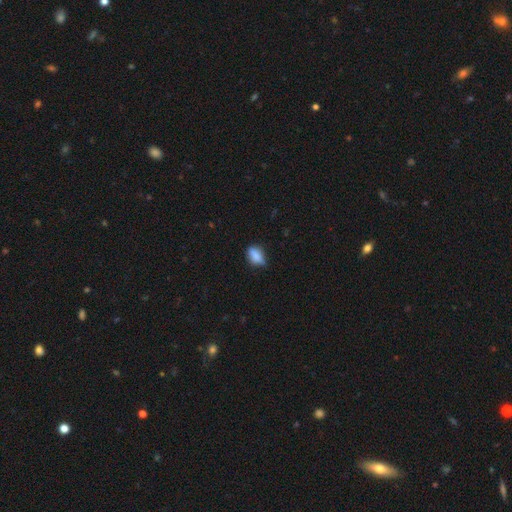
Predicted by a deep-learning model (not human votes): Q: Smooth or featured?
A: smooth (78%); runner-up: featured or disk (14%)
Q: How rounded?
A: in between (82%); runner-up: round (11%)
Q: Merging?
A: none (61%); runner-up: minor disturbance (31%)